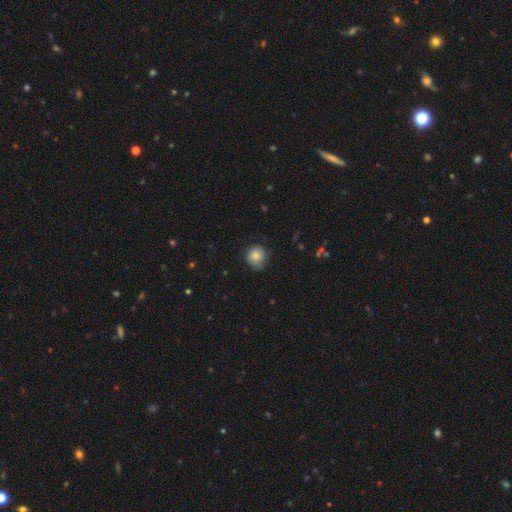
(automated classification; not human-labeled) Morphology: type=smooth (82%); roundness=round (86%); merging=none (69%).